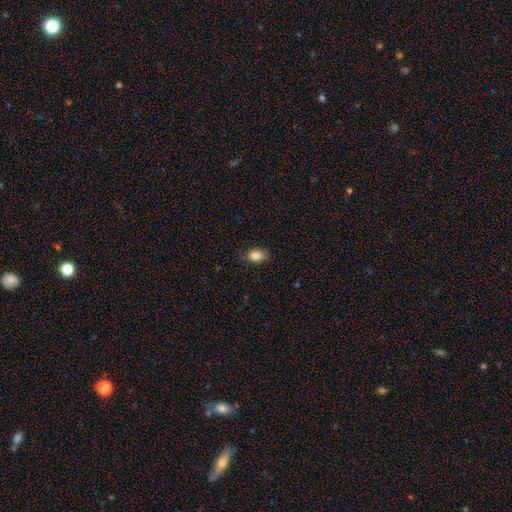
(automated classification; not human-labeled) Morphology: type=smooth (85%); roundness=in between (70%); merging=none (76%).